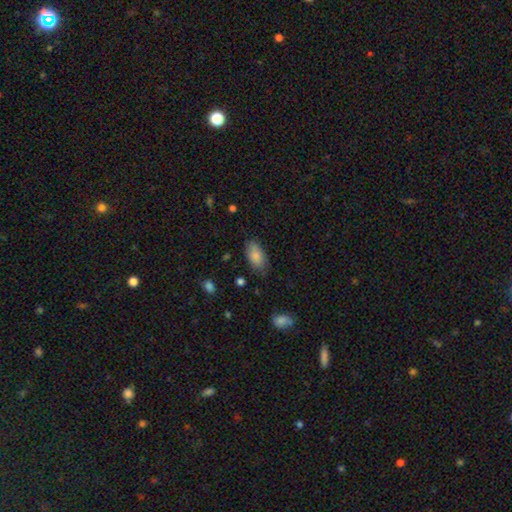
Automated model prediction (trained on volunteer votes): This appears to be a smooth galaxy with no disk features (85%) that is in between round and cigar-shaped (92%). Merging: none (76%).